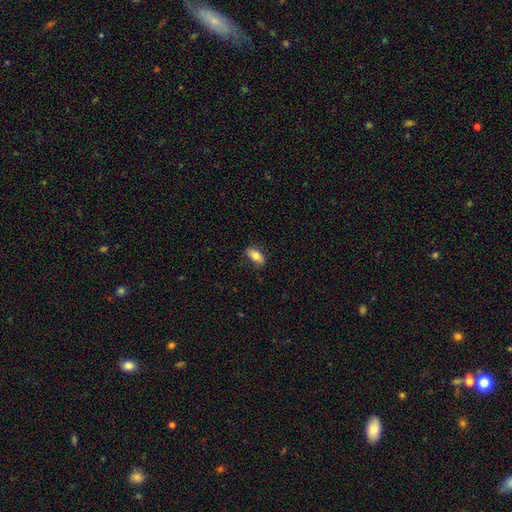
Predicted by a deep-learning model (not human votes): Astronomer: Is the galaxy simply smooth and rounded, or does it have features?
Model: smooth — 81%.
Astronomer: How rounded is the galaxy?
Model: in between — 89%.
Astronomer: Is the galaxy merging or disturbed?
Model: none — 81%.